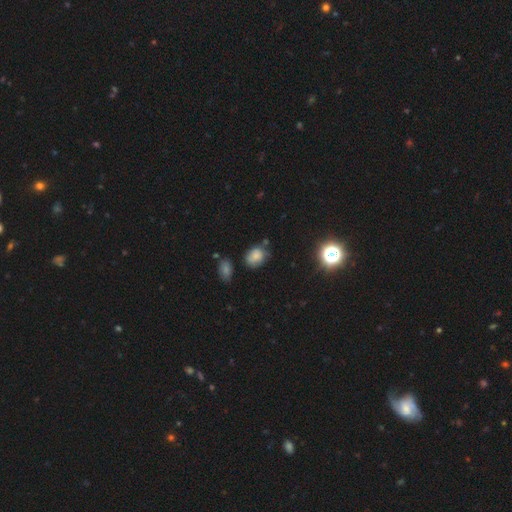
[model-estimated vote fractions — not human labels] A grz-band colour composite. It shows a smooth galaxy with no disk features (72%) that is in between round and cigar-shaped (54%). Merging: none (58%).